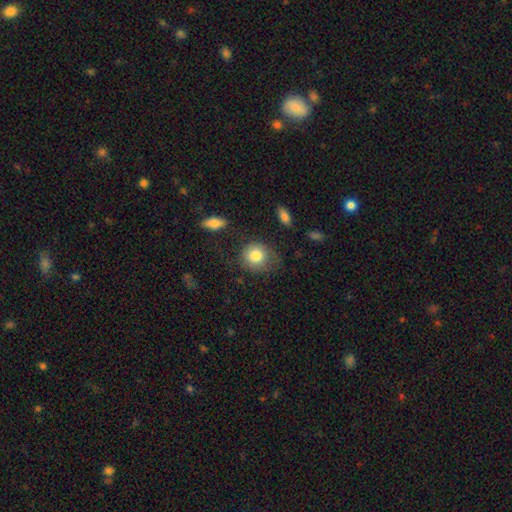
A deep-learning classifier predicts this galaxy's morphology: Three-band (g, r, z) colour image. It shows a smooth galaxy with no disk features (81%) that is round (78%). Merging: none (63%).